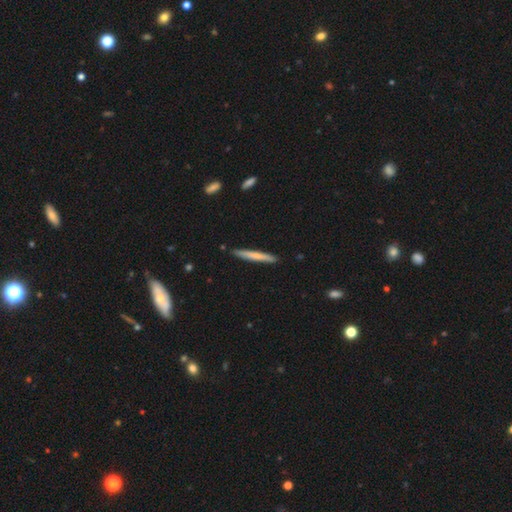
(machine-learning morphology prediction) A smooth galaxy with no disk features (60%) that is cigar-shaped (96%). Merging: none (90%).